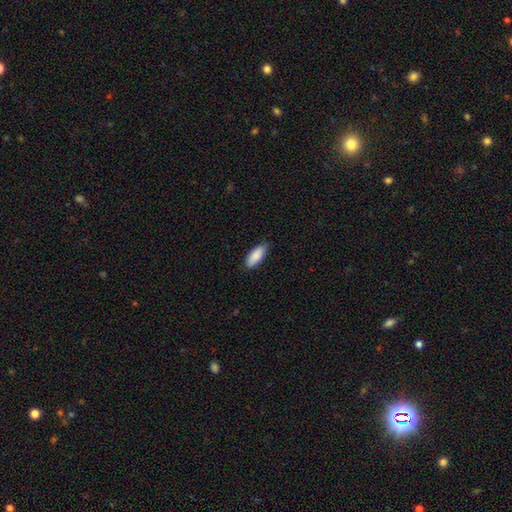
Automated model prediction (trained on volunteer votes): Smooth or featured? smooth (90%)
How rounded? in between (81%)
Merging? none (85%)